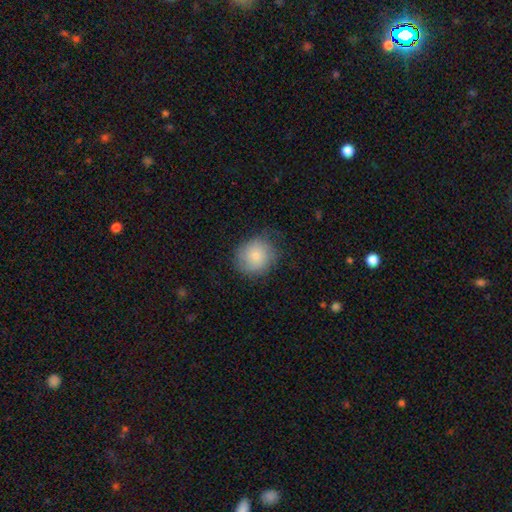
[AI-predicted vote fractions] This is likely a smooth galaxy (78%). How rounded: clearly round (85%). Merging: likely none (71%).